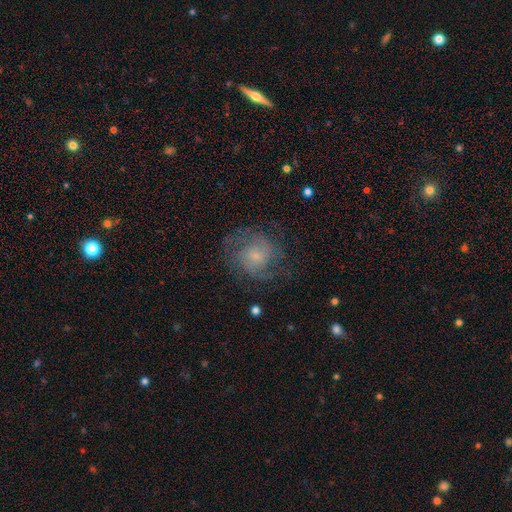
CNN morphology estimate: Overall: featured or disk (71%). Edge-on disk: no (98%). Bar: no (71%). Spiral arms: yes (91%). Spiral arm count: 2 (48%; can't tell 24%). Spiral winding: medium (47%; tight 36%). Bulge size: small (74%). Merging: none (68%).